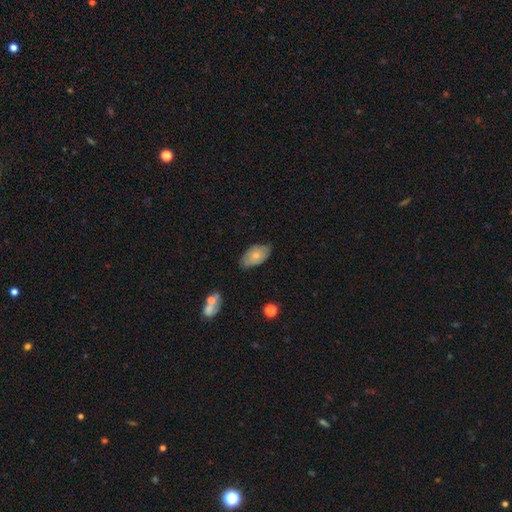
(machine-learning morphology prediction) Overall: smooth (57%; featured or disk 36%). How rounded: in between (92%). Merging: none (68%).